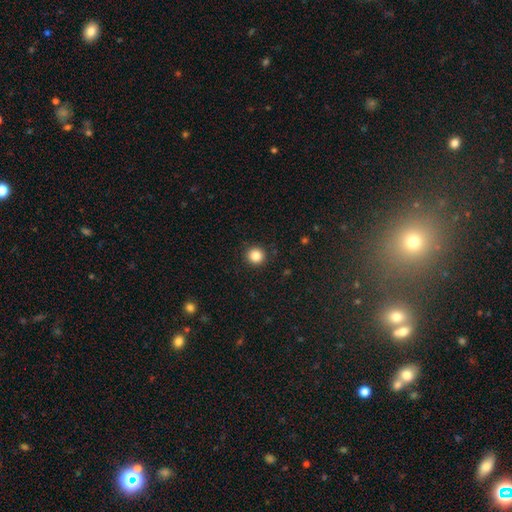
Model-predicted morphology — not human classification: The model was most divided on "smooth or featured": smooth: 85%, star or artifact: 11%, featured or disk: 4%. More confident: how rounded — round (94%); merging — none (92%).